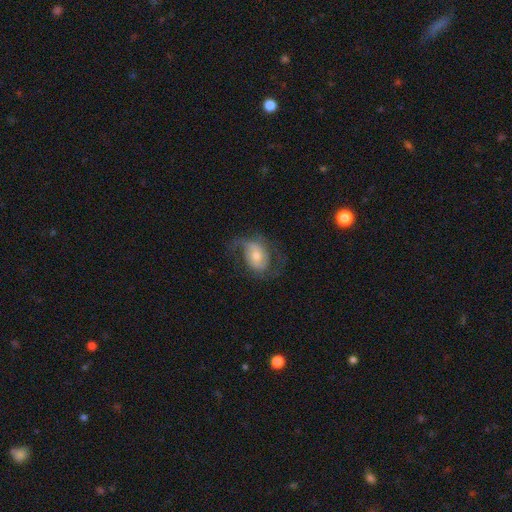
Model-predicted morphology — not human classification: A featured or disk galaxy (75%) with no bar (54%), 2 (80%) medium (43%) spiral arms (89%) and a moderate central bulge (46%). Merging: none (58%).